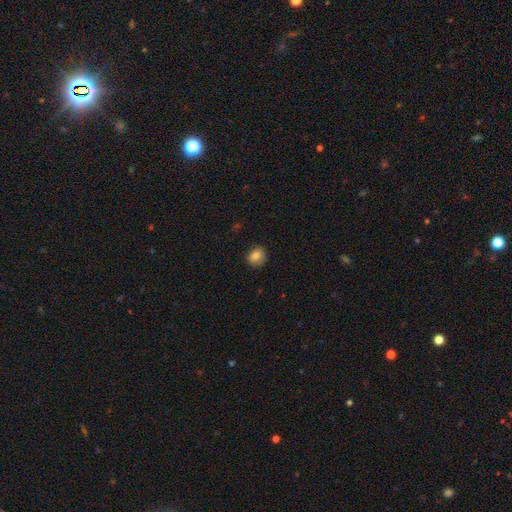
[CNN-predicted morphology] type=smooth (83%); roundness=round (72%); merging=none (83%).